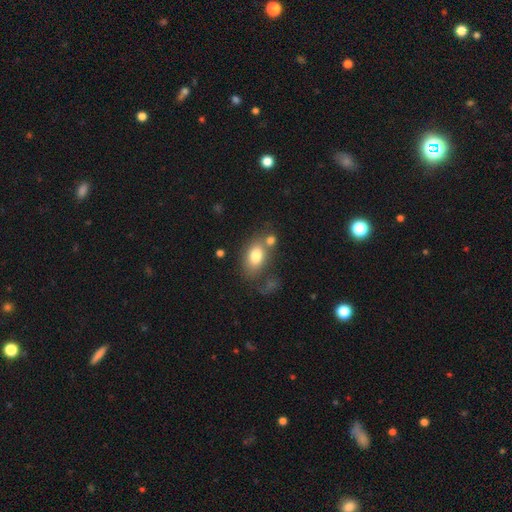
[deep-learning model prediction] A smooth galaxy with no disk features (77%) that is in between round and cigar-shaped (82%). Merging: none (47%).